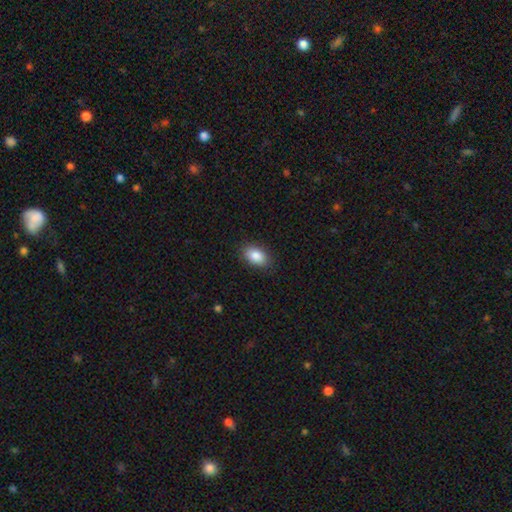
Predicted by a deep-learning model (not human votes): A smooth galaxy with no disk features (87%) that is in between round and cigar-shaped (90%).

Vote fractions:
- Smooth or featured? smooth: 87% / star or artifact: 7% / featured or disk: 6%
- How rounded? in between: 90% / round: 9% / cigar-shaped: 2%
- Merging? none: 87% / minor disturbance: 10% / major disturbance: 2% / merger: 1%